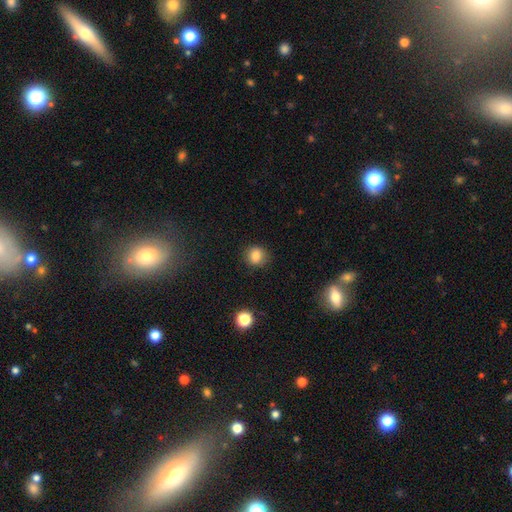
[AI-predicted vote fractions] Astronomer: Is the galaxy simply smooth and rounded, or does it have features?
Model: smooth — 83%.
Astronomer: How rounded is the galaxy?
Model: round — 83%.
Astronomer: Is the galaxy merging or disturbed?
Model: none — 85%.